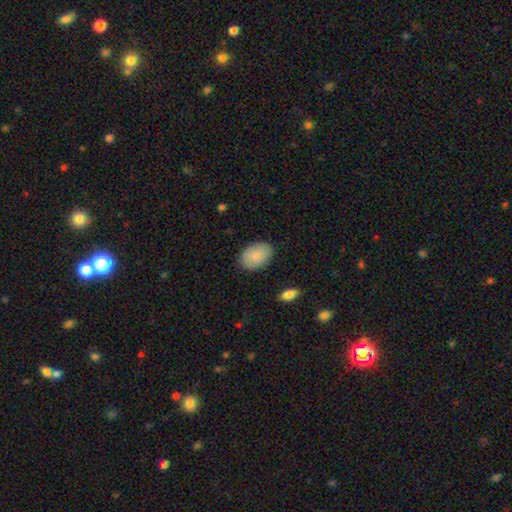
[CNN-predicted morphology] Smooth or featured?
  - smooth: 87% *
  - featured or disk: 7%
  - star or artifact: 6%
How rounded?
  - in between: 85% *
  - round: 14%
  - cigar-shaped: 1%
Merging?
  - none: 86% *
  - minor disturbance: 11%
  - major disturbance: 2%
  - merger: 1%